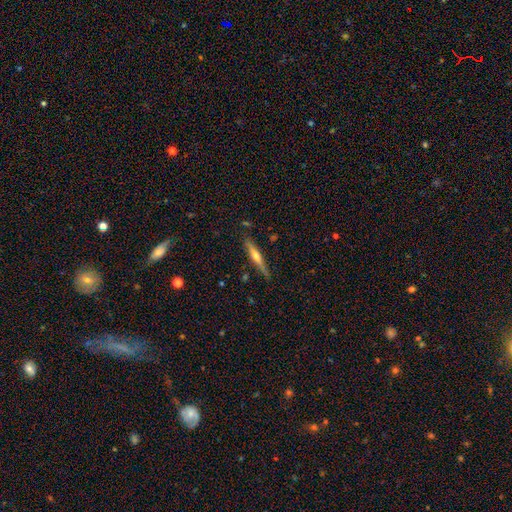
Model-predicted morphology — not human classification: Smooth or featured? Predicted: featured or disk (p=0.63). Edge-on disk? Predicted: yes (p=0.96). Edge-on bulge? Predicted: rounded (p=0.84). Merging? Predicted: none (p=0.84).